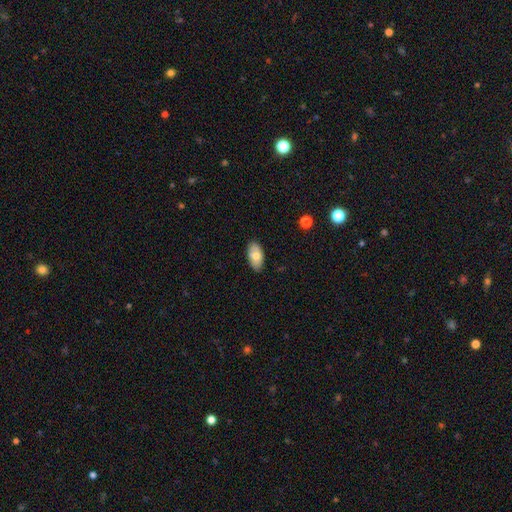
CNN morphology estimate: Overall: smooth (72%). How rounded: in between (94%). Merging: none (84%).